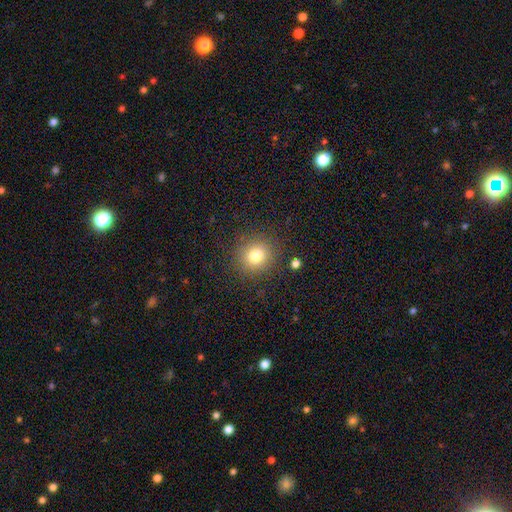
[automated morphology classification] smooth-or-featured: smooth: 78% | star or artifact: 14% | featured or disk: 9%
  how-rounded: round: 88% | in between: 11% | cigar-shaped: 1%
  merging: none: 87% | minor disturbance: 8% | major disturbance: 3% | merger: 2%